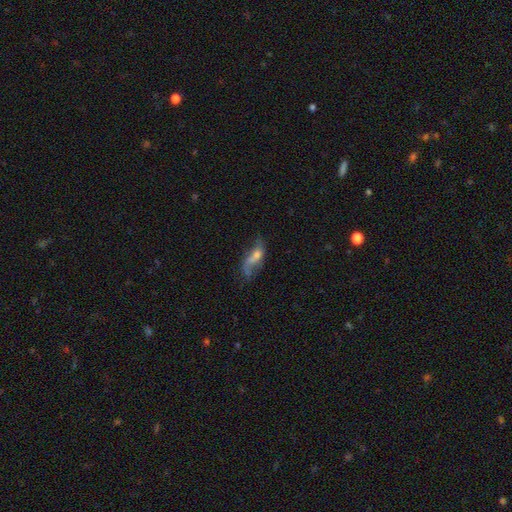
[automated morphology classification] The model was most divided on "merging": none: 37%, major disturbance: 31%, minor disturbance: 24%, merger: 9%. More confident: edge-on disk — no (86%); smooth or featured — featured or disk (55%).